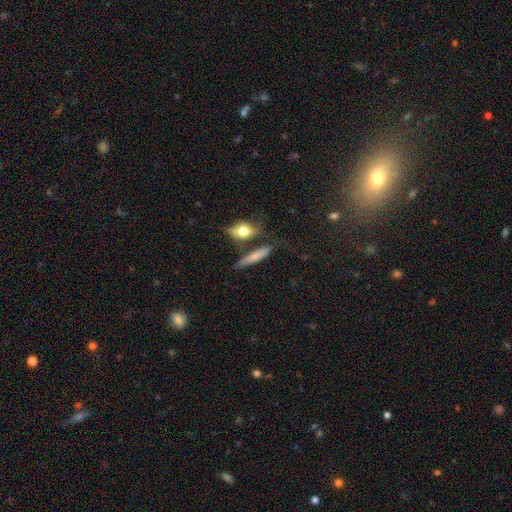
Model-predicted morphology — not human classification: The model was most divided on "smooth or featured": smooth: 66%, featured or disk: 26%, star or artifact: 8%. More confident: how rounded — cigar-shaped (73%); merging — none (68%).